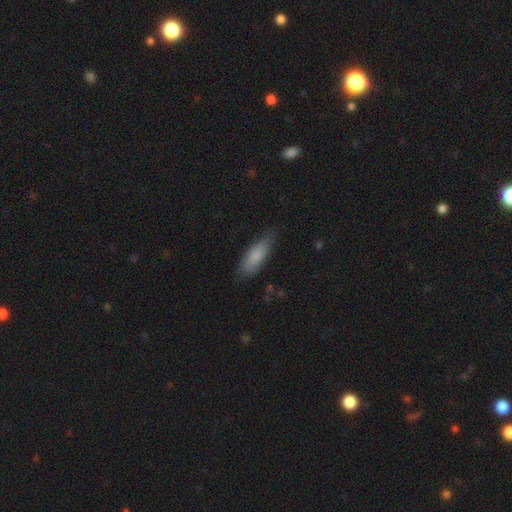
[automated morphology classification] smooth-or-featured: smooth: 82% | featured or disk: 12% | star or artifact: 6%
  how-rounded: in between: 59% | cigar-shaped: 39% | round: 2%
  merging: none: 75% | minor disturbance: 20% | major disturbance: 4% | merger: 1%